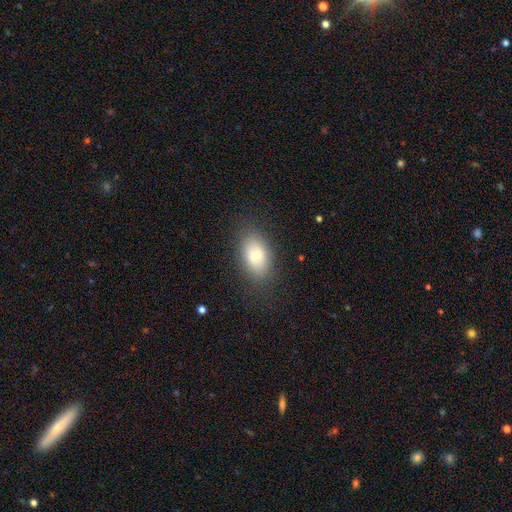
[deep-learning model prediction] smooth-or-featured: smooth: 76% | featured or disk: 15% | star or artifact: 8%
  how-rounded: in between: 89% | round: 9% | cigar-shaped: 2%
  merging: none: 82% | minor disturbance: 12% | major disturbance: 5% | merger: 1%